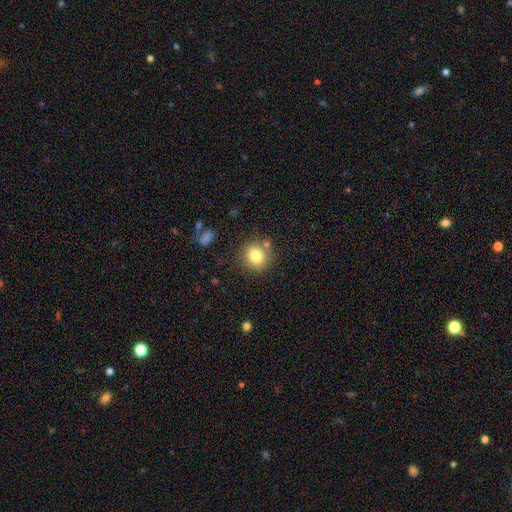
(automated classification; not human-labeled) Morphology: type=smooth (81%); roundness=round (85%); merging=none (78%).